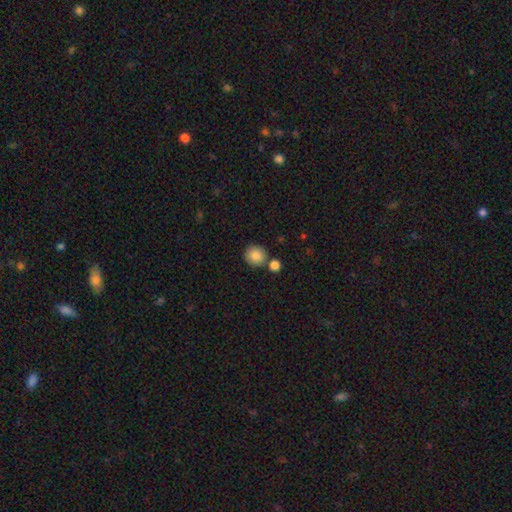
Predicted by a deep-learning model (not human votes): smooth-or-featured: smooth: 86% | star or artifact: 9% | featured or disk: 5%
  how-rounded: round: 89% | in between: 10% | cigar-shaped: 1%
  merging: none: 74% | merger: 16% | minor disturbance: 8% | major disturbance: 2%